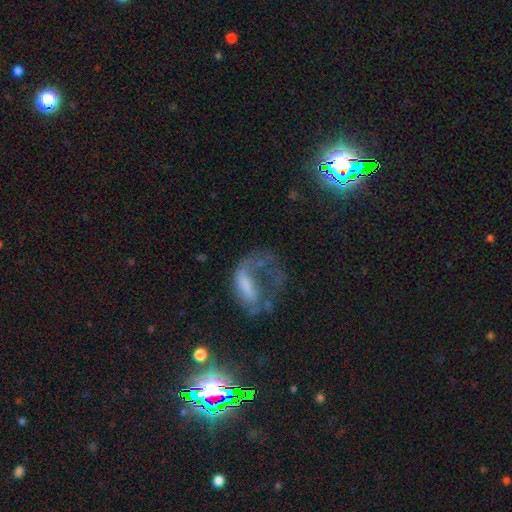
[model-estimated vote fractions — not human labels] Morphology: type=featured or disk (49%); merging=major disturbance (44%).